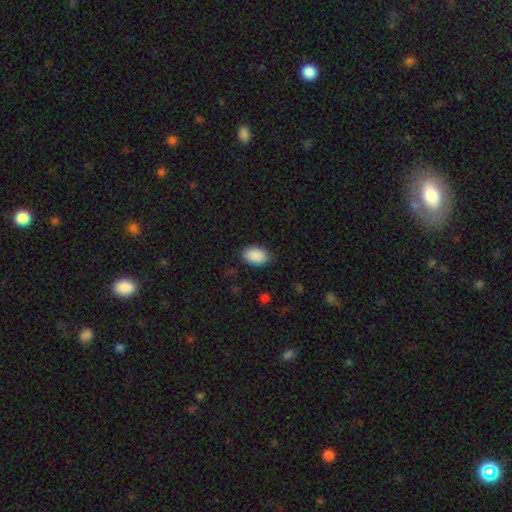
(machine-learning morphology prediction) This is clearly a smooth galaxy (90%). How rounded: clearly in between (90%). Merging: clearly none (83%).